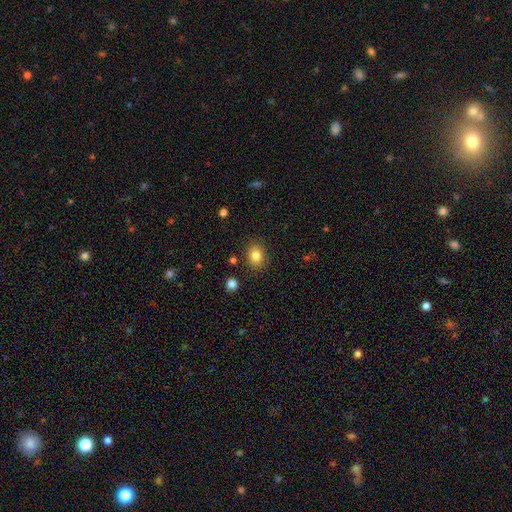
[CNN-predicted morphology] Smooth or featured? smooth (83%)
How rounded? round (51%)
Merging? none (86%)